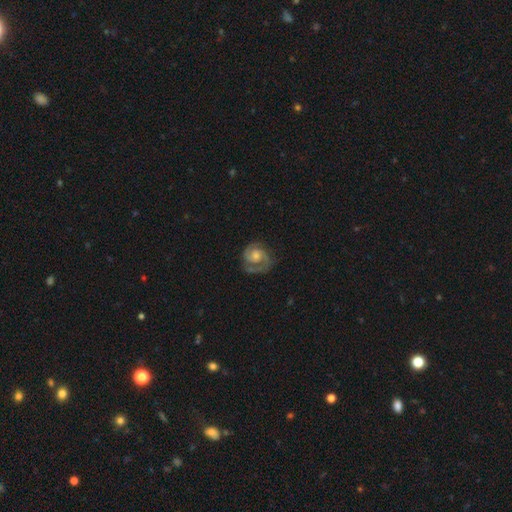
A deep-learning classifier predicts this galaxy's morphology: This is clearly a featured or disk galaxy (83%). It is clearly not viewed edge-on (98%). Bar: likely no (64%). Spiral arm pattern: clearly yes (96%). Spiral arm count: clearly 2 (82%). Spiral winding: possibly tight (46%). Central bulge: possibly moderate (48%). Merging: likely none (73%).